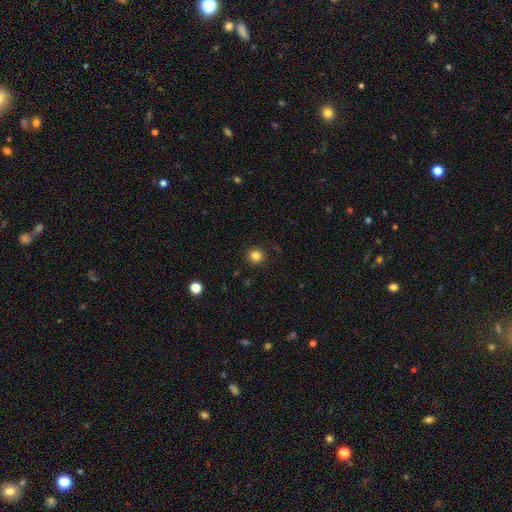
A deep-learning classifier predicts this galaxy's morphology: A smooth galaxy with no disk features (83%) that is round (94%).

Vote fractions:
- Smooth or featured? smooth: 83% / star or artifact: 12% / featured or disk: 4%
- How rounded? round: 94% / in between: 5% / cigar-shaped: 1%
- Merging? none: 91% / minor disturbance: 6% / major disturbance: 2% / merger: 1%